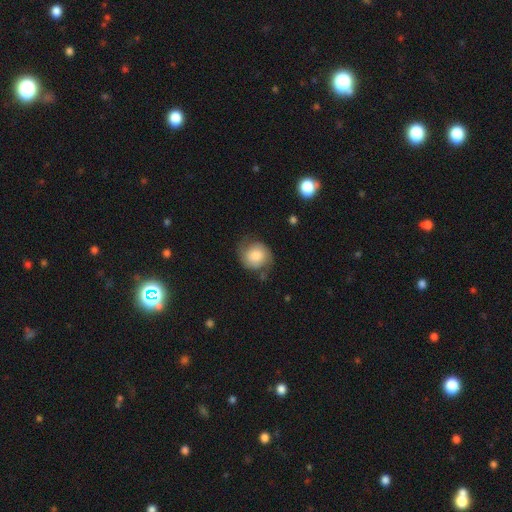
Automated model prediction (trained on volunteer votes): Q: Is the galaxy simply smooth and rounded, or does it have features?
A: smooth — 46%, tied with featured or disk.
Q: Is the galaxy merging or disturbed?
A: none — 64%.